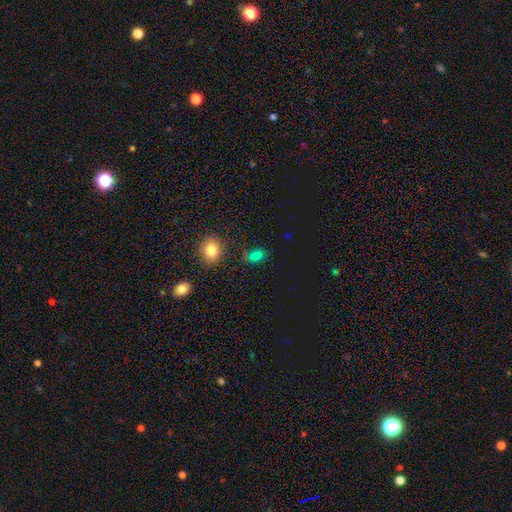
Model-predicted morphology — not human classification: Smooth or featured? Predicted: smooth (p=0.75). How rounded? Predicted: in between (p=0.75). Merging? Predicted: none (p=0.77).